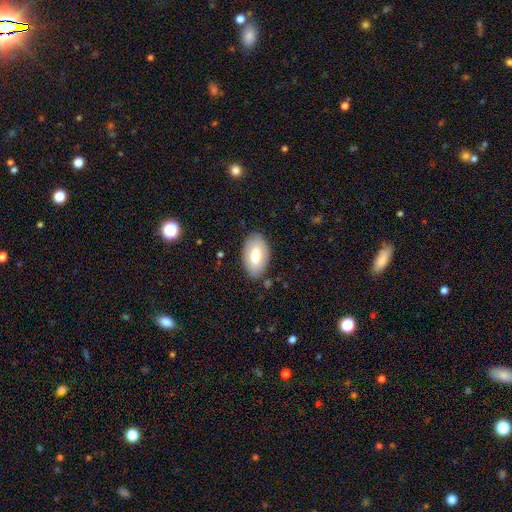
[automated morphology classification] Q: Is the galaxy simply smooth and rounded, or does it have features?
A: smooth — 70%.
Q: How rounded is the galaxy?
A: in between — 94%.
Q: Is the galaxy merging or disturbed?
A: none — 84%.